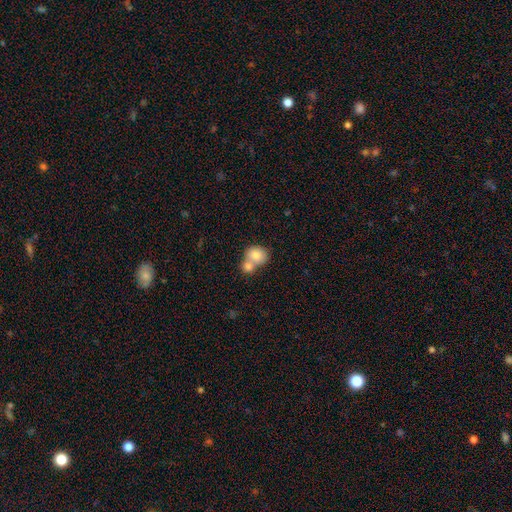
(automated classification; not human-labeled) Overall: smooth (80%). How rounded: round (72%). Merging: merger (62%; none 29%).